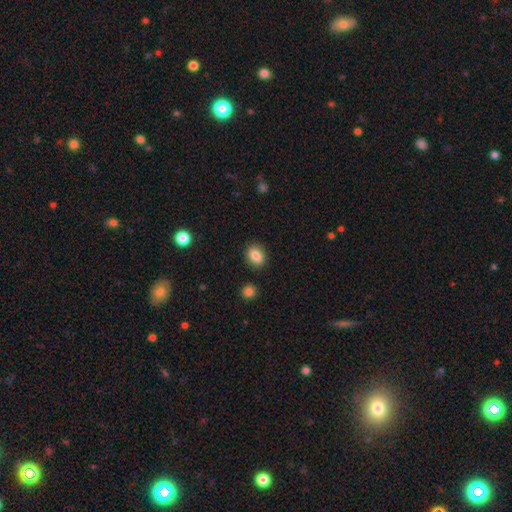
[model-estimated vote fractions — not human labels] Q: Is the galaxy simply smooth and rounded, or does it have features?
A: smooth — 84%.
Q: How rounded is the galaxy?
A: in between — 60%.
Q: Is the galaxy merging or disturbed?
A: none — 87%.